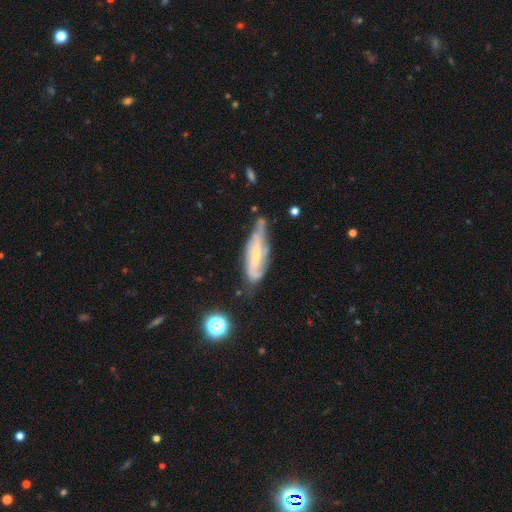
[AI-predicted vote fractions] A featured or disk galaxy (71%) with no bar (44%), spiral arms (85%) and a small central bulge (62%). Merging: none (48%).